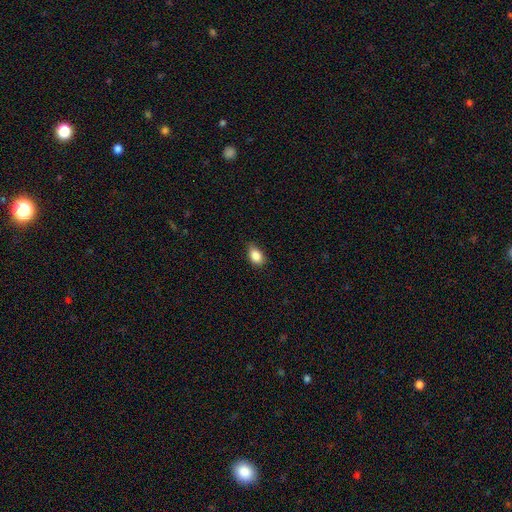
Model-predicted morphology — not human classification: Smooth or featured? smooth (87%)
How rounded? in between (83%)
Merging? none (69%)